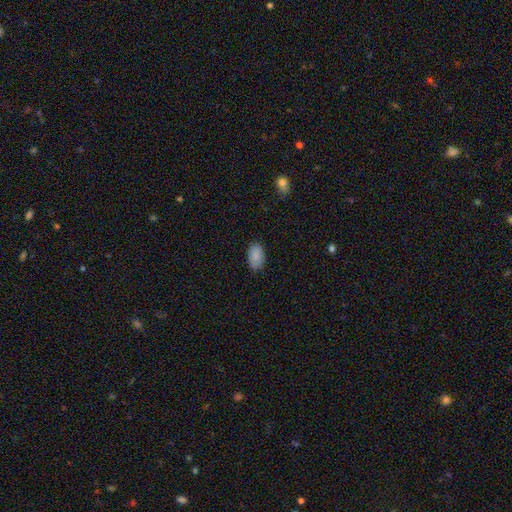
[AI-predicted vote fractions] Smooth or featured: smooth — 89% (star or artifact — 7%)
How rounded: in between — 93% (round — 6%)
Merging: none — 86% (minor disturbance — 11%)